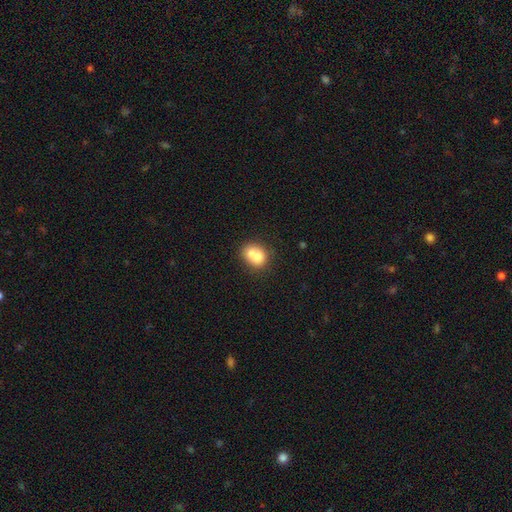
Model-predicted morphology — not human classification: Smooth or featured? Predicted: smooth (p=0.68). How rounded? Predicted: round (p=0.62). Merging? Predicted: merger (p=0.60).